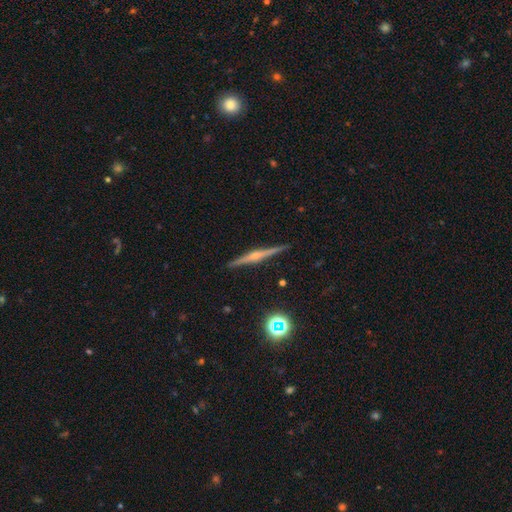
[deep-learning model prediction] Smooth or featured: featured or disk — 80% (smooth — 12%)
Edge-on disk: yes — 98% (no — 2%)
Edge-on bulge: rounded — 83% (none — 9%)
Merging: none — 92% (minor disturbance — 6%)